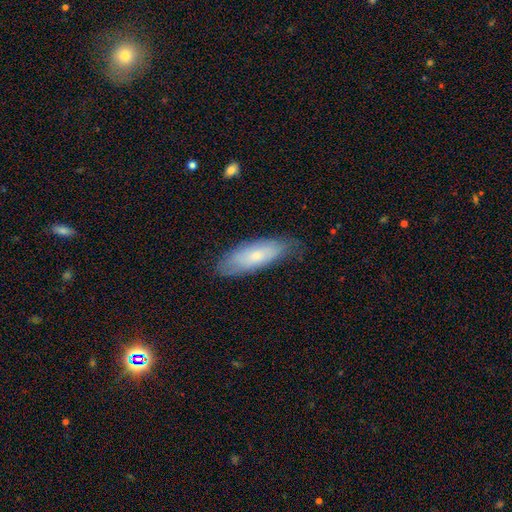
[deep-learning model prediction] This appears to be a smooth galaxy with no disk features (63%) that is in between round and cigar-shaped (64%). Merging: none (74%).